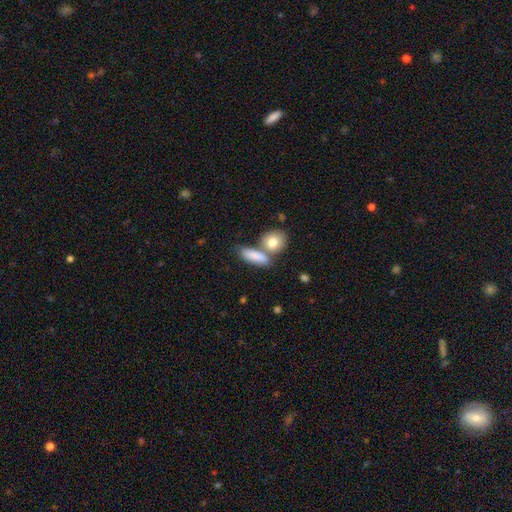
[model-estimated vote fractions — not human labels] Q: Smooth or featured?
A: smooth (83%); runner-up: featured or disk (10%)
Q: How rounded?
A: in between (60%); runner-up: cigar-shaped (28%)
Q: Merging?
A: none (52%); runner-up: merger (31%)